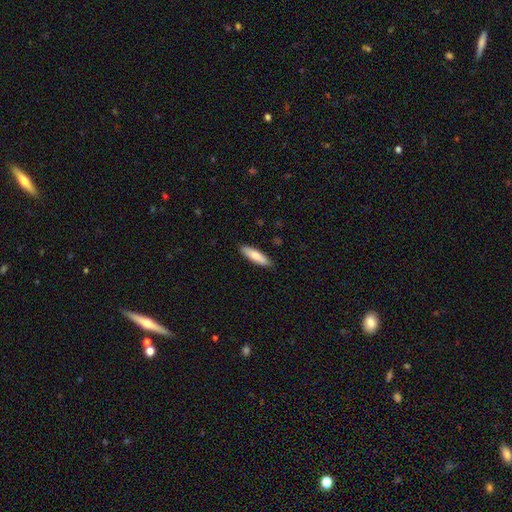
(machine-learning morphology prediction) Smooth or featured: smooth — 79% (featured or disk — 15%)
How rounded: cigar-shaped — 71% (in between — 28%)
Merging: none — 88% (minor disturbance — 9%)